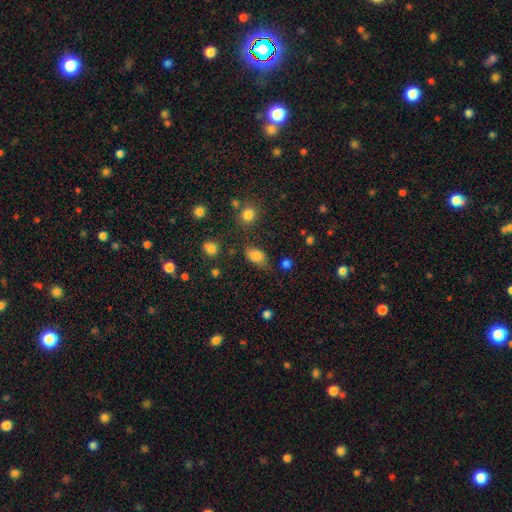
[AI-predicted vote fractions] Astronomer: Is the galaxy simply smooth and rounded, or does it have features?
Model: smooth — 82%.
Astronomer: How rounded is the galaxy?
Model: in between — 84%.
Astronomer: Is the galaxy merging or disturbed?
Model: none — 65%.